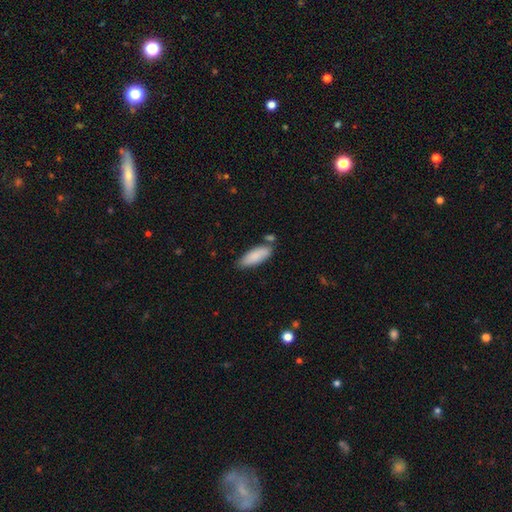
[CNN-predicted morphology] A smooth galaxy with no disk features (86%) that is in between round and cigar-shaped (70%). Merging: none (70%).